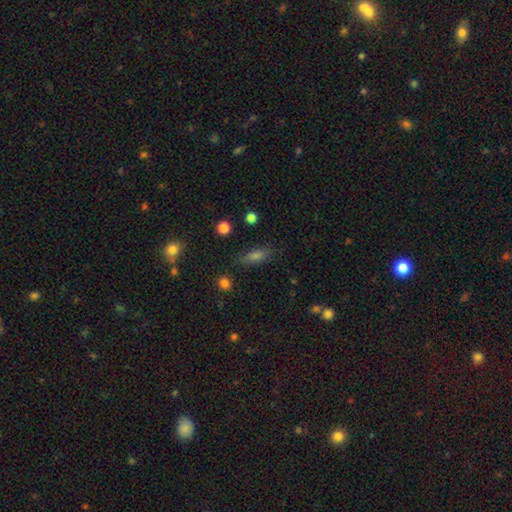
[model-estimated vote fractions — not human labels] The model was most divided on "how rounded": in between: 59%, cigar-shaped: 35%, round: 7%. More confident: merging — none (79%); smooth or featured — smooth (66%).